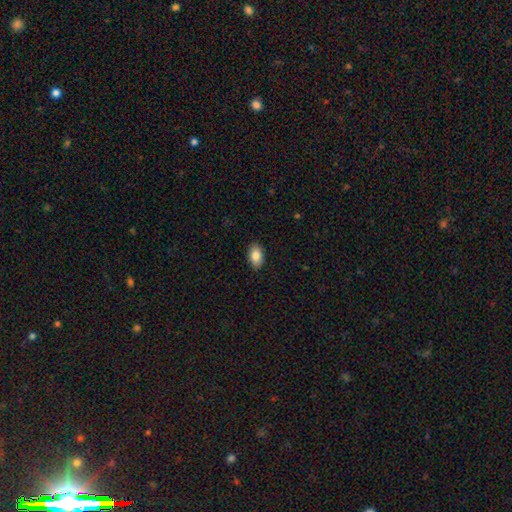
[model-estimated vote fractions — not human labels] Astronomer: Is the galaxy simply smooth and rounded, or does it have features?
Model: smooth — 86%.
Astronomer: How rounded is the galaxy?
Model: in between — 93%.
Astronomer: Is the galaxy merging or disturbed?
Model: none — 89%.